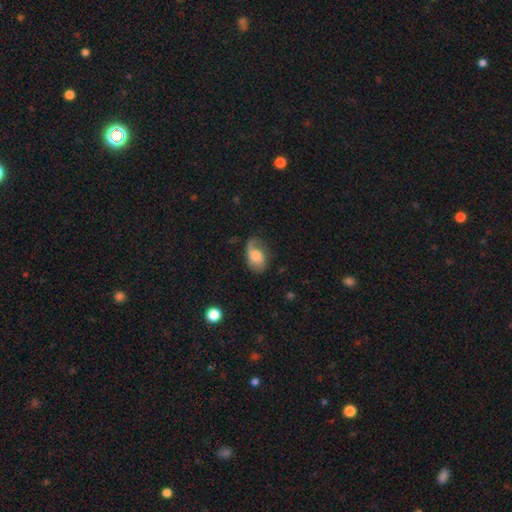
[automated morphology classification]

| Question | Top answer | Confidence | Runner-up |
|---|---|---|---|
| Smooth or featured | featured or disk | 47% | smooth (45%) |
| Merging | none | 47% | minor disturbance (29%) |